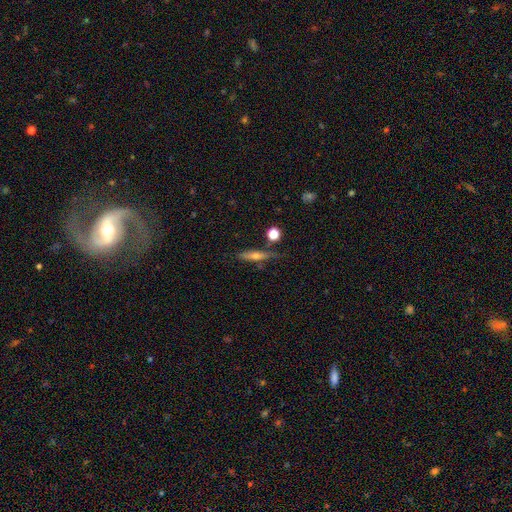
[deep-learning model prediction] This appears to be a featured or disk galaxy (48%). Merging: none (71%).